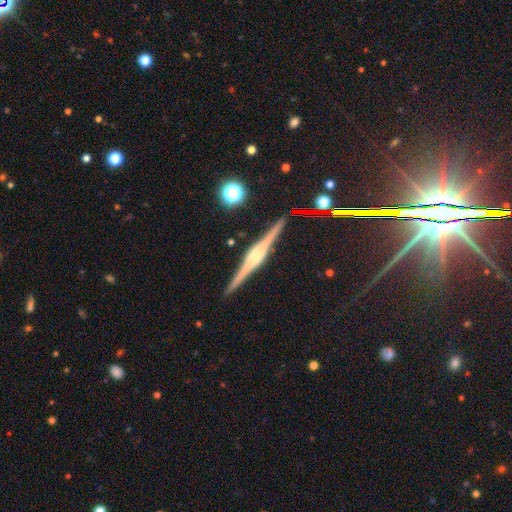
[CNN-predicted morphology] This is clearly a featured or disk galaxy (85%). It is clearly viewed edge-on (98%). Edge-on bulge: possibly rounded (57%). Merging: clearly none (91%).